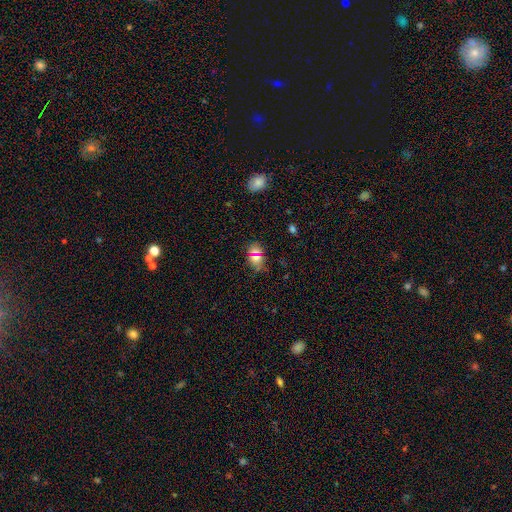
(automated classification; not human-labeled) Q: Smooth or featured?
A: smooth (67%); runner-up: star or artifact (23%)
Q: How rounded?
A: in between (70%); runner-up: round (27%)
Q: Merging?
A: none (81%); runner-up: minor disturbance (12%)